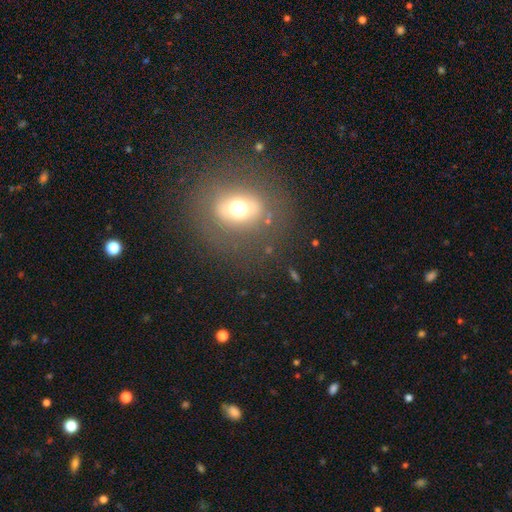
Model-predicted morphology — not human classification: Smooth or featured? smooth (48%)
Merging? none (86%)